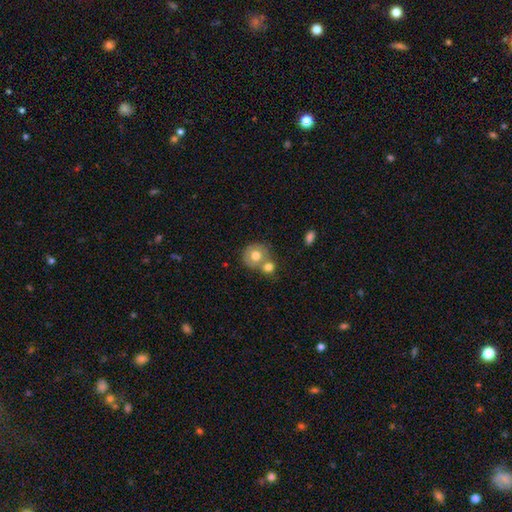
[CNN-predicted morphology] smooth_or_featured: smooth (p=0.70) [alt: featured or disk p=0.23]
how_rounded: round (p=0.82) [alt: in between p=0.17]
merging: merger (p=0.48) [alt: none p=0.39]